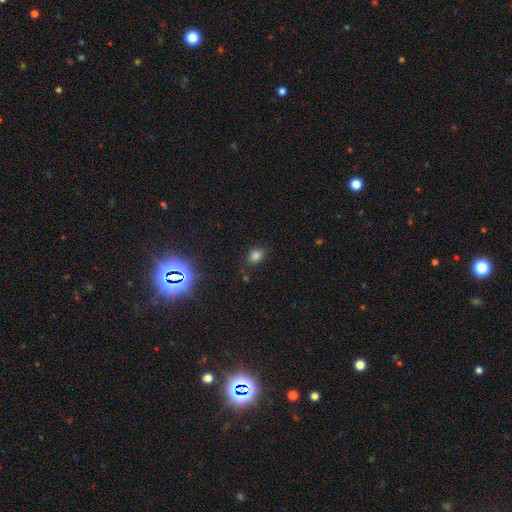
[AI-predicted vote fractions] Morphology: type=smooth (76%); roundness=in between (52%); merging=none (79%).